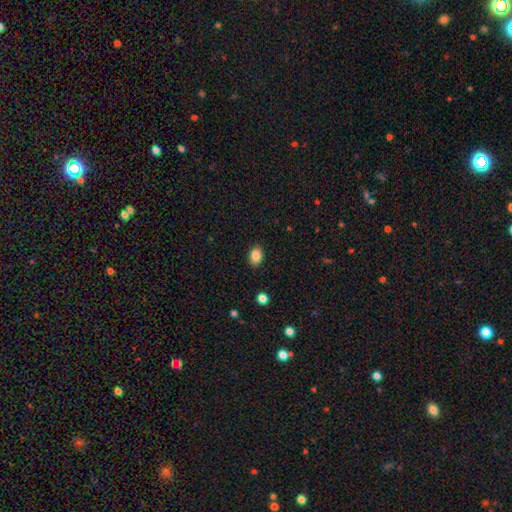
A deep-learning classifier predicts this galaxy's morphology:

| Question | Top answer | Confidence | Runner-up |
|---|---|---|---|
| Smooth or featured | smooth | 87% | star or artifact (9%) |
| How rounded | in between | 77% | round (22%) |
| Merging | none | 88% | minor disturbance (9%) |